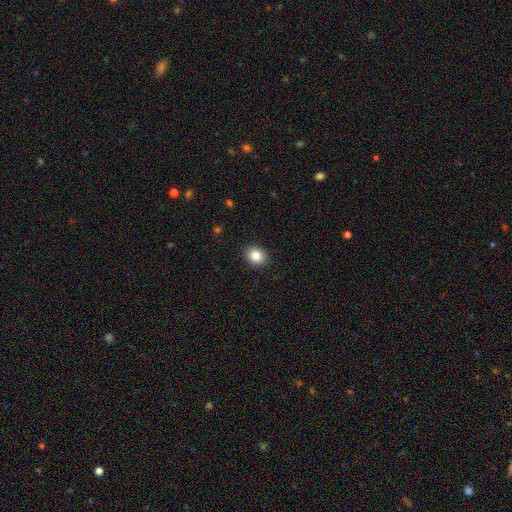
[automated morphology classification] Overall: smooth (84%). How rounded: round (64%; in between 35%). Merging: none (91%).